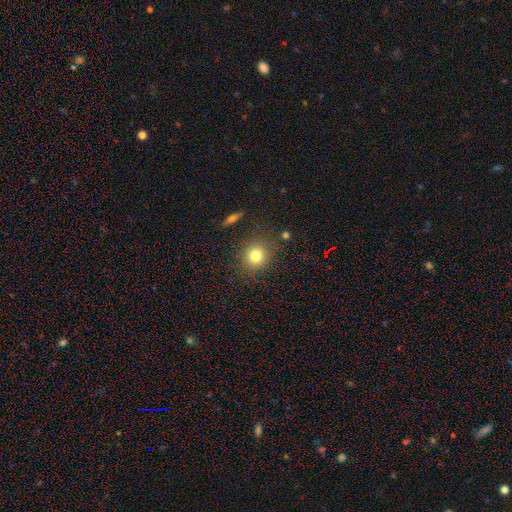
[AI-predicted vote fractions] smooth 80%, star or artifact 12%, featured or disk 8%. Down the decision tree: how rounded — round (84%); merging — none (84%).